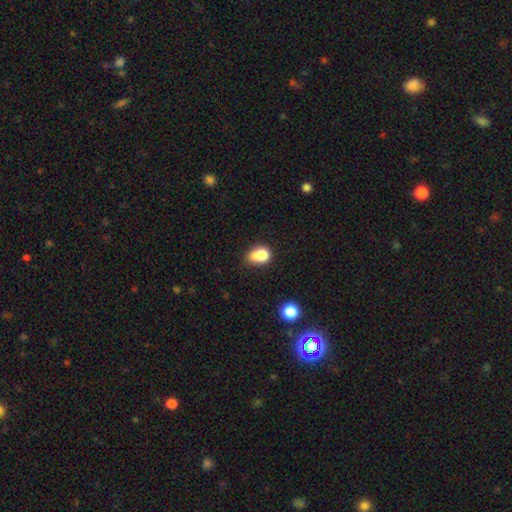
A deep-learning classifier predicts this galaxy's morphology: smooth_or_featured: smooth (p=0.74) [alt: featured or disk p=0.15]
how_rounded: round (p=0.49) [tied with: in between p=0.49]
merging: none (p=0.35) [alt: merger p=0.34]